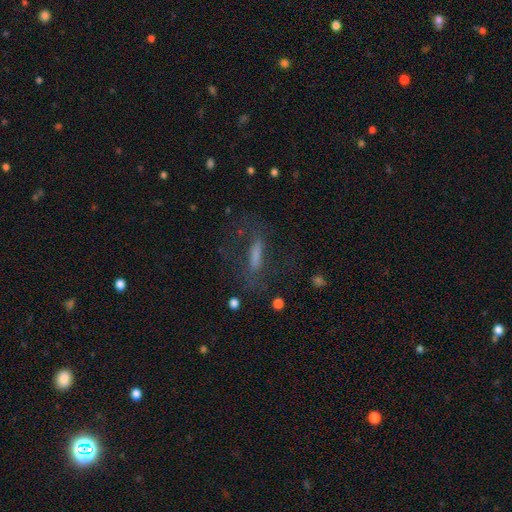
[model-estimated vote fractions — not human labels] Smooth or featured?
  - smooth: 46% *
  - featured or disk: 37%
  - star or artifact: 17%
Merging?
  - none: 61% *
  - major disturbance: 20%
  - minor disturbance: 17%
  - merger: 3%